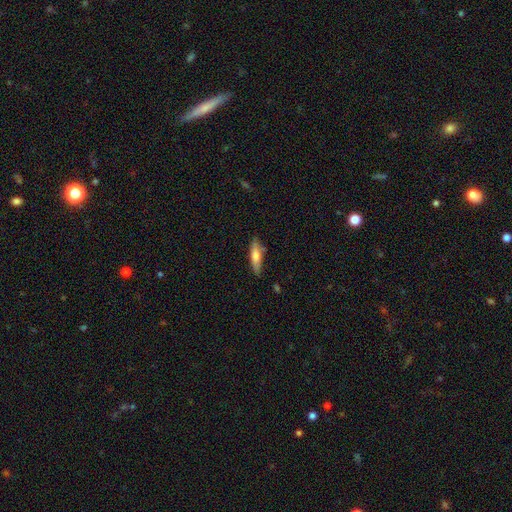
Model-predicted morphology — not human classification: Smooth or featured? Predicted: smooth (p=0.65). How rounded? Predicted: cigar-shaped (p=0.61). Merging? Predicted: none (p=0.74).